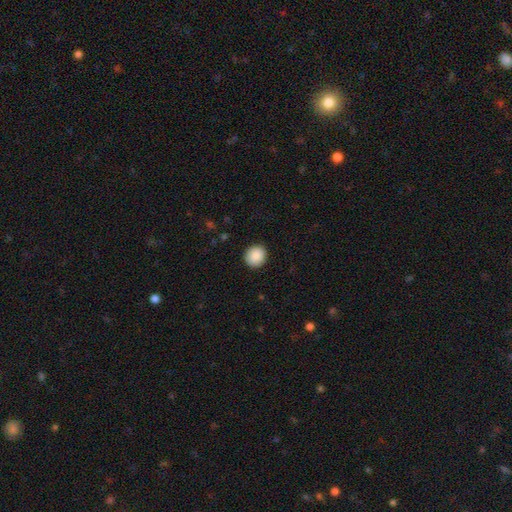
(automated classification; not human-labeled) Smooth or featured? Predicted: smooth (p=0.89). How rounded? Predicted: round (p=0.86). Merging? Predicted: none (p=0.91).